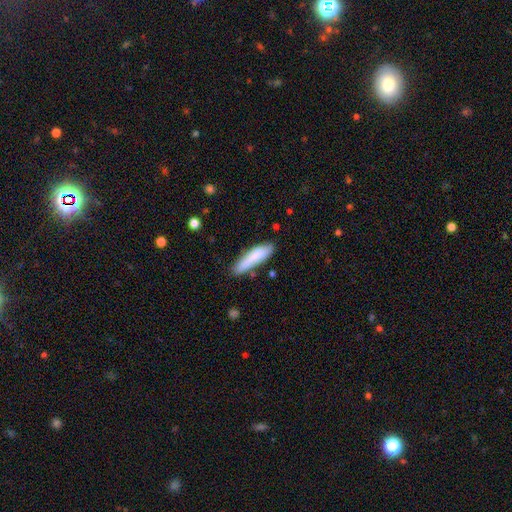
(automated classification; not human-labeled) Q: Smooth or featured?
A: smooth (79%); runner-up: featured or disk (14%)
Q: How rounded?
A: cigar-shaped (67%); runner-up: in between (32%)
Q: Merging?
A: none (70%); runner-up: minor disturbance (21%)